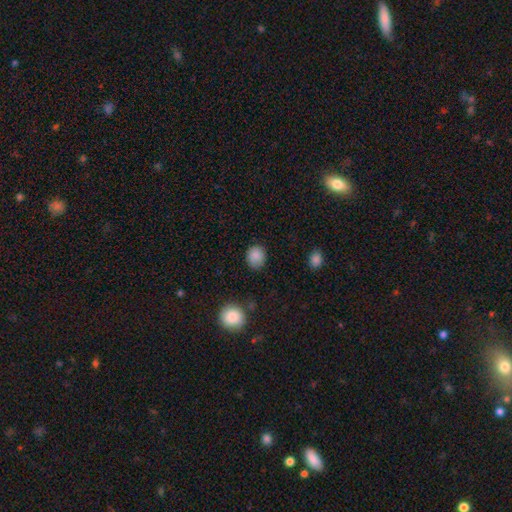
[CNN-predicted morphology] A smooth galaxy with no disk features (87%) that is round (77%).

Vote fractions:
- Smooth or featured? smooth: 87% / star or artifact: 9% / featured or disk: 4%
- How rounded? round: 77% / in between: 23% / cigar-shaped: 1%
- Merging? none: 83% / minor disturbance: 12% / major disturbance: 3% / merger: 2%